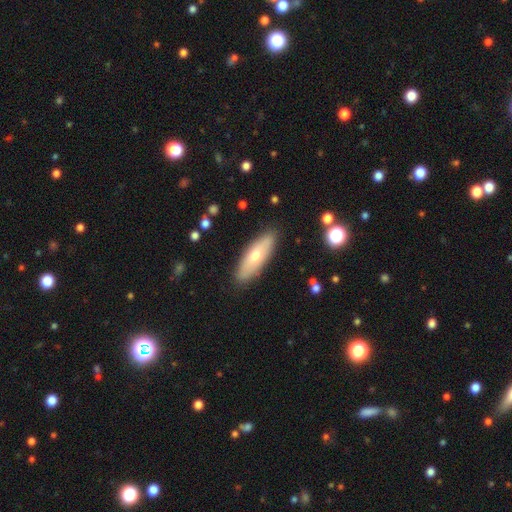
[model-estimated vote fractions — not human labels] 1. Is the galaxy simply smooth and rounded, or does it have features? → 60% smooth, 34% featured or disk, 6% star or artifact.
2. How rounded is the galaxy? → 60% in between, 38% cigar-shaped, 2% round.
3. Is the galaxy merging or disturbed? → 87% none, 10% minor disturbance, 2% major disturbance, 1% merger.